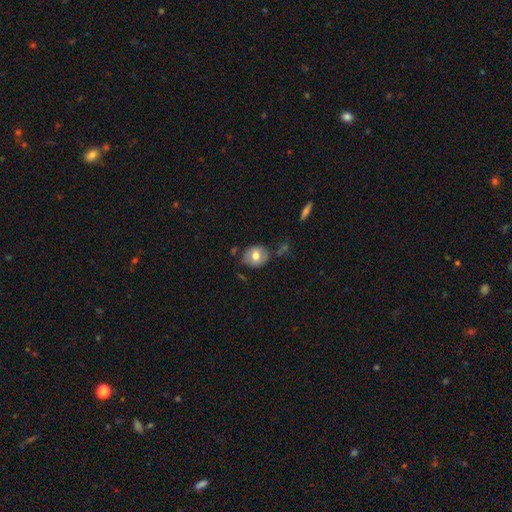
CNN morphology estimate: smooth-or-featured: smooth: 69% | featured or disk: 23% | star or artifact: 8%
  how-rounded: round: 67% | in between: 32% | cigar-shaped: 1%
  merging: none: 73% | minor disturbance: 18% | merger: 5% | major disturbance: 4%